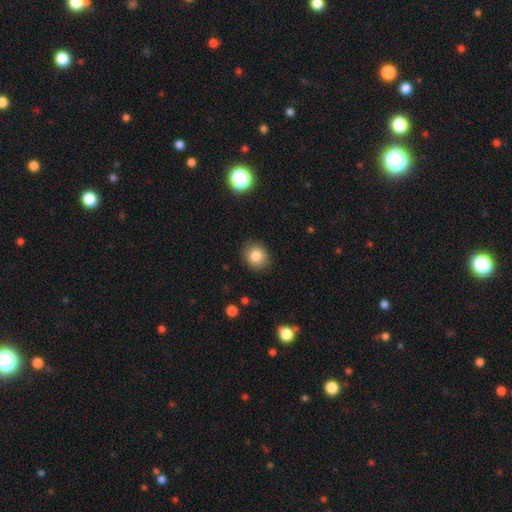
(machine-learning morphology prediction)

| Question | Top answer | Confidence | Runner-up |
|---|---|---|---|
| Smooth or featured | smooth | 83% | star or artifact (10%) |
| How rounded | round | 72% | in between (27%) |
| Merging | none | 88% | minor disturbance (9%) |